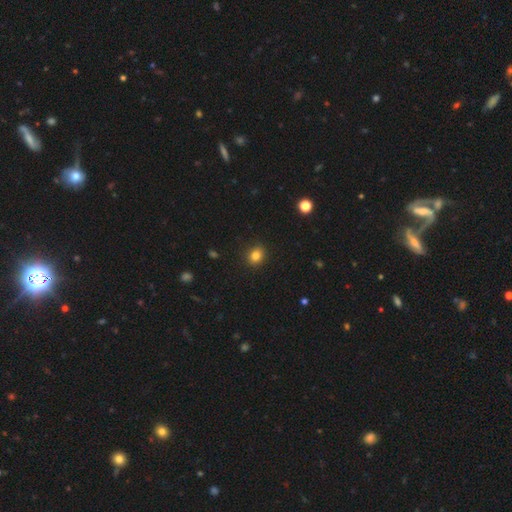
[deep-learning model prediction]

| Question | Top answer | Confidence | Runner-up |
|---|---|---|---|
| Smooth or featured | smooth | 83% | star or artifact (12%) |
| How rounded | round | 67% | in between (32%) |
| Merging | none | 88% | minor disturbance (9%) |